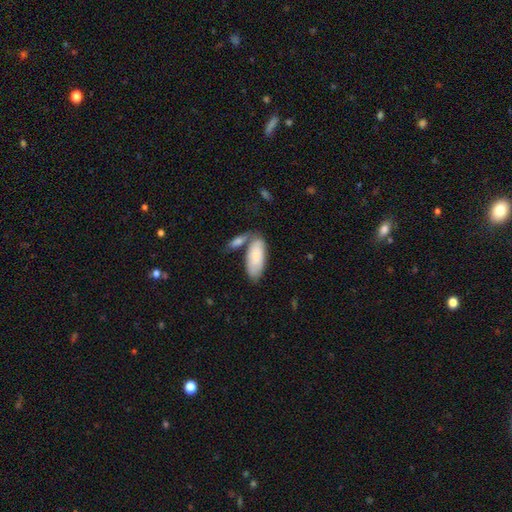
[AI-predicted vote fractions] Smooth or featured: smooth — 81% (featured or disk — 14%)
How rounded: in between — 84% (cigar-shaped — 14%)
Merging: none — 50% (merger — 28%)